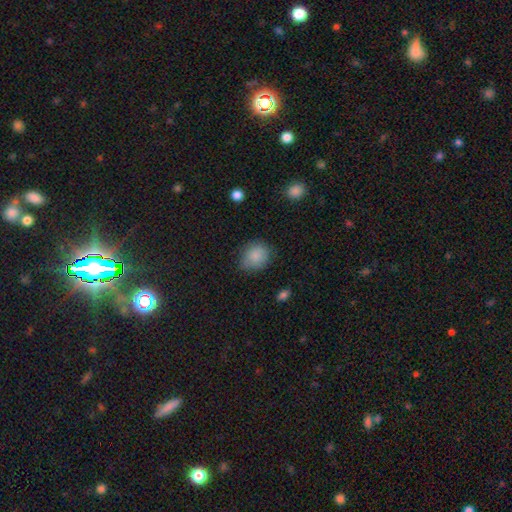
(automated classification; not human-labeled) smooth 85%, star or artifact 9%, featured or disk 7%. Down the decision tree: how rounded — round (63%); merging — none (68%).